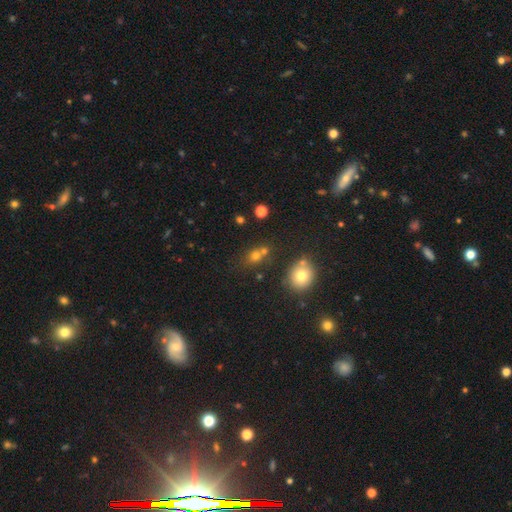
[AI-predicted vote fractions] Smooth or featured?
  - smooth: 67% *
  - star or artifact: 21%
  - featured or disk: 12%
How rounded?
  - round: 66% *
  - in between: 32%
  - cigar-shaped: 2%
Merging?
  - none: 57% *
  - merger: 27%
  - minor disturbance: 11%
  - major disturbance: 5%